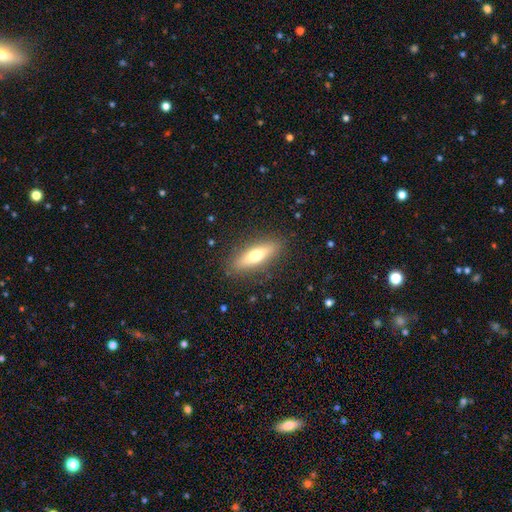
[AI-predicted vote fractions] smooth_or_featured: smooth (p=0.57) [alt: featured or disk p=0.36]
how_rounded: cigar-shaped (p=0.58) [alt: in between p=0.39]
merging: none (p=0.87) [alt: minor disturbance p=0.09]